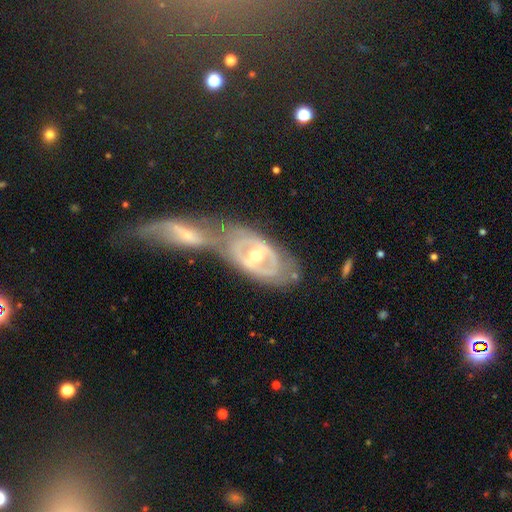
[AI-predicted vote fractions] smooth_or_featured: featured or disk (p=0.79) [alt: smooth p=0.15]
disk_edge_on: no (p=0.91) [alt: yes p=0.09]
bar: no (p=0.37) [alt: weak p=0.32]
has_spiral_arms: yes (p=0.56) [alt: no p=0.44]
bulge_size: moderate (p=0.70) [alt: small p=0.23]
merging: merger (p=0.50) [alt: none p=0.30]